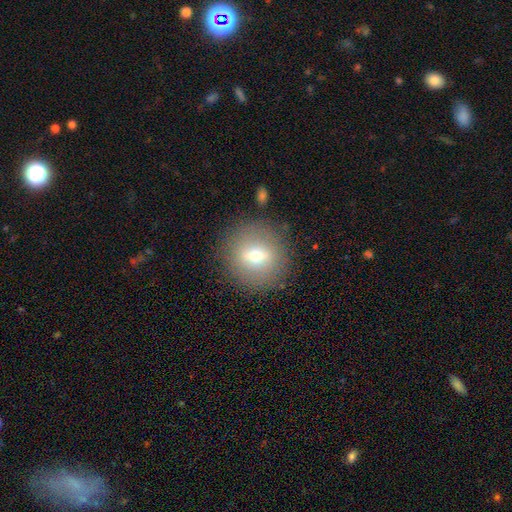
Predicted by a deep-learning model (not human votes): Overall: smooth (53%; featured or disk 35%). How rounded: round (91%). Merging: none (86%).